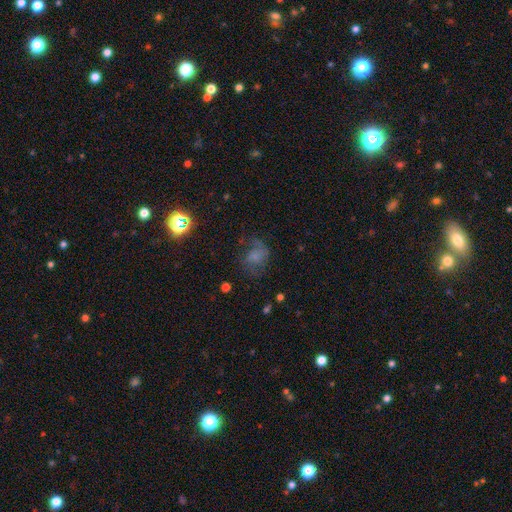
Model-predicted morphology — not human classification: A smooth galaxy with no disk features (46%).

Vote fractions:
- Smooth or featured? smooth: 46% / featured or disk: 36% / star or artifact: 18%
- Merging? none: 51% / major disturbance: 24% / minor disturbance: 23% / merger: 2%